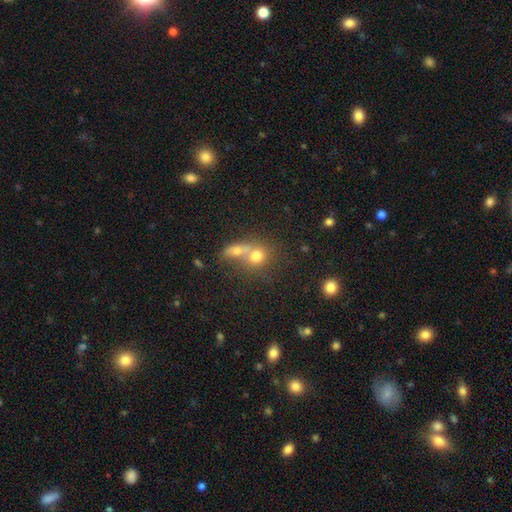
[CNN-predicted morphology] The model was most divided on "merging": merger: 52%, none: 37%, minor disturbance: 7%, major disturbance: 4%. More confident: how rounded — round (72%); smooth or featured — smooth (57%).